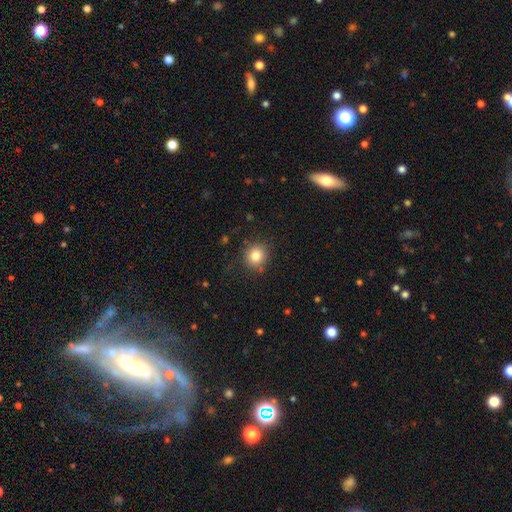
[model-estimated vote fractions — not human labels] Overall: smooth (82%). How rounded: round (88%). Merging: none (85%).